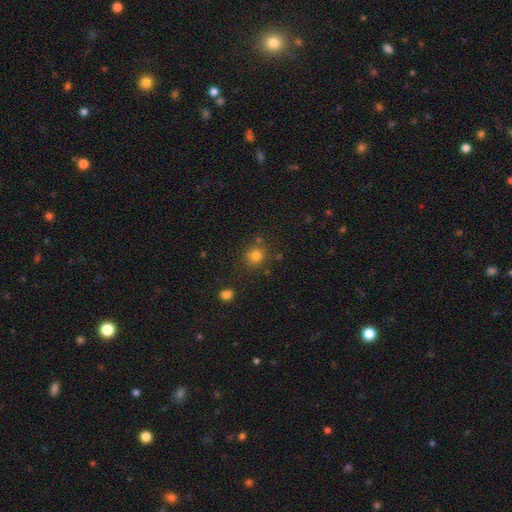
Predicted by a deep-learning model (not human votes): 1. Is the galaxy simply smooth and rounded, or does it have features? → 79% smooth, 14% star or artifact, 7% featured or disk.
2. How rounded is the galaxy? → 86% round, 13% in between, 1% cigar-shaped.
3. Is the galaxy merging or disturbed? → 78% none, 11% minor disturbance, 7% merger, 4% major disturbance.